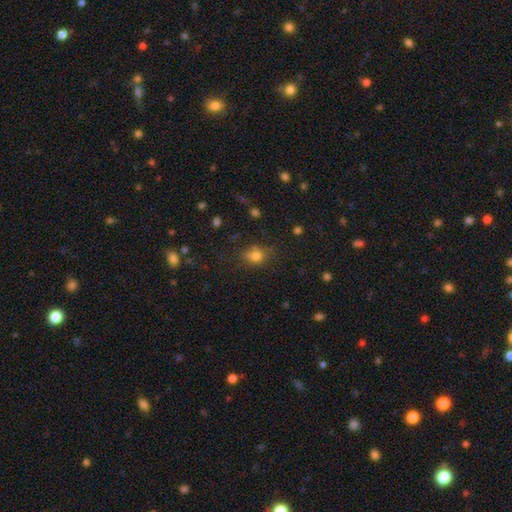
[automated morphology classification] type=smooth (75%); roundness=round (67%); merging=none (66%).